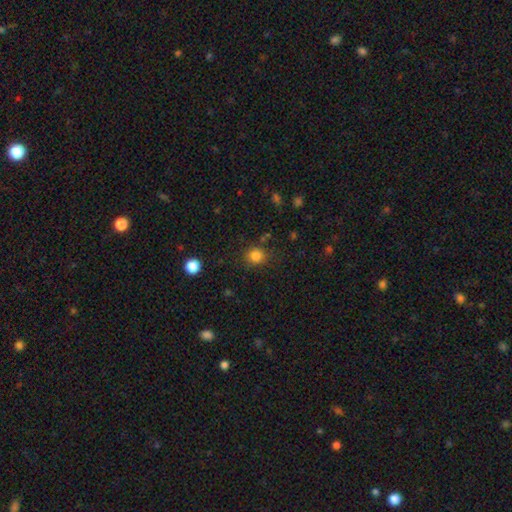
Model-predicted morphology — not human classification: smooth 83%, star or artifact 12%, featured or disk 4%. Down the decision tree: how rounded — round (86%); merging — none (82%).